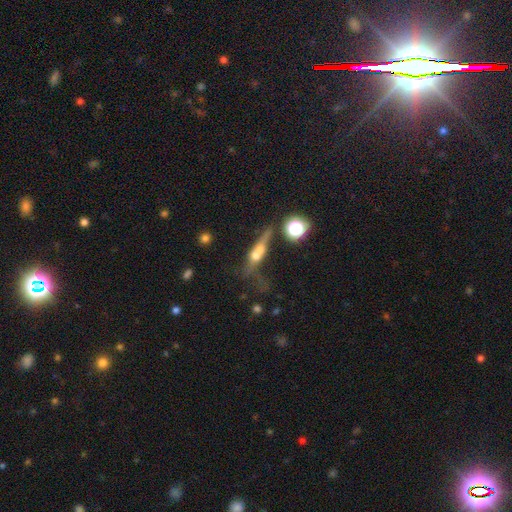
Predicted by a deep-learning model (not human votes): This appears to be a featured or disk galaxy (49%). Merging: none (37%).